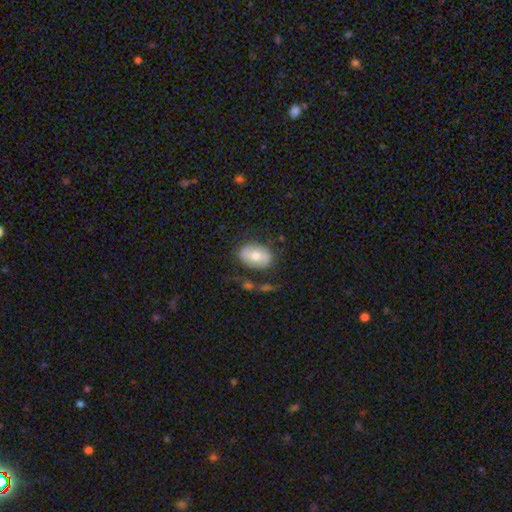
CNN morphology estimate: Overall: smooth (59%; featured or disk 35%). How rounded: in between (79%). Merging: none (71%).